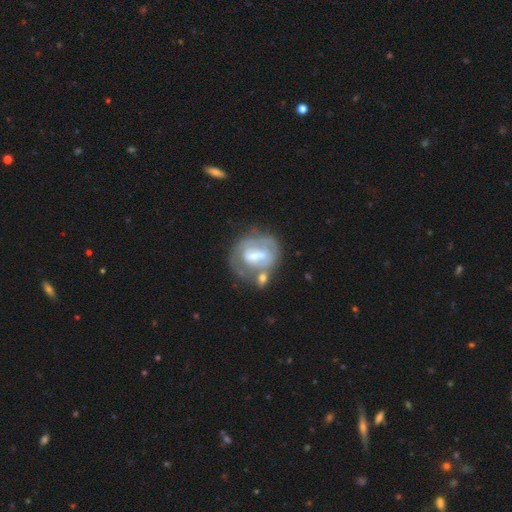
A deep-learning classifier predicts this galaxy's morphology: Overall: featured or disk (64%; smooth 28%). Edge-on disk: no (96%). Bar: weak (41%; strong 34%). Spiral arms: no (54%; yes 46%). Bulge size: moderate (40%; small 30%). Merging: none (39%; minor disturbance 21%).